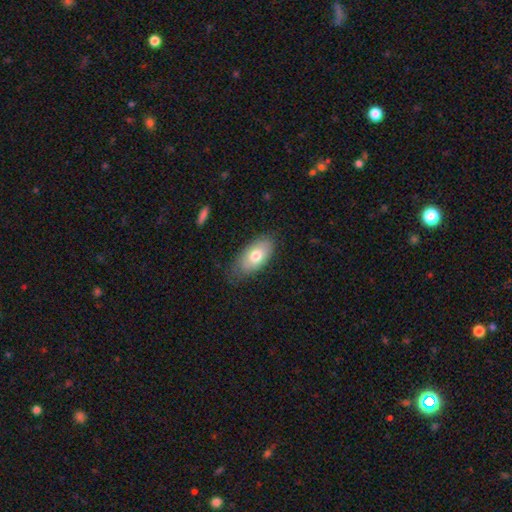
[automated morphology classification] This appears to be a smooth galaxy with no disk features (73%) that is in between round and cigar-shaped (92%). Merging: none (75%).